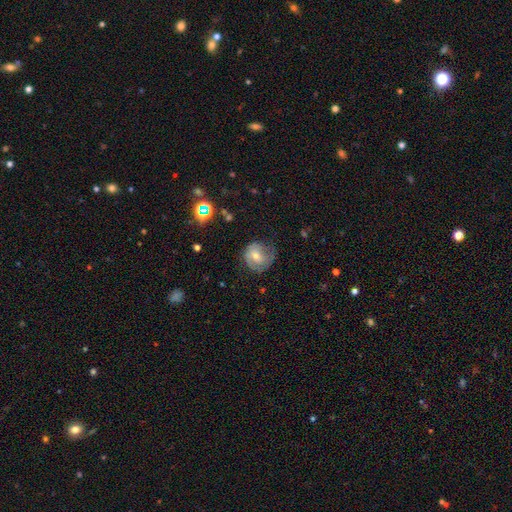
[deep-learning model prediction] smooth-or-featured: featured or disk: 46% | smooth: 45% | star or artifact: 9%
  merging: none: 55% | minor disturbance: 28% | major disturbance: 15% | merger: 2%